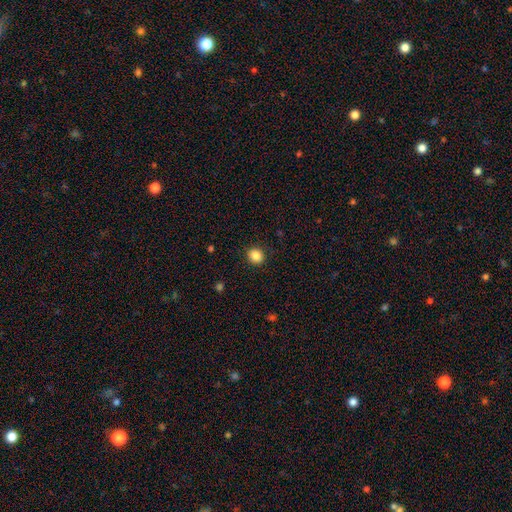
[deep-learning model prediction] Smooth or featured: smooth — 86% (star or artifact — 10%)
How rounded: round — 76% (in between — 23%)
Merging: none — 90% (minor disturbance — 7%)